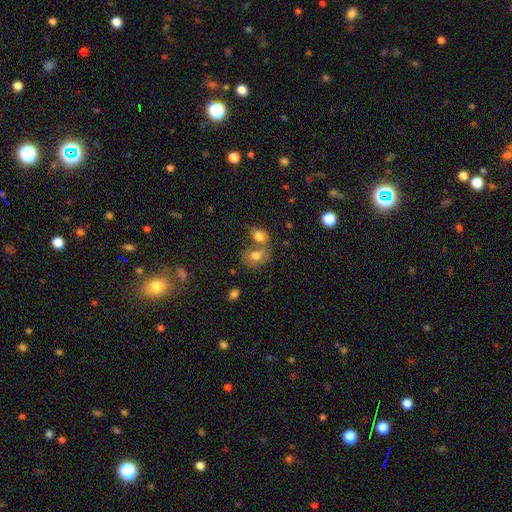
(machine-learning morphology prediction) Overall: smooth (76%). How rounded: in between (68%; round 30%). Merging: merger (48%; none 35%).